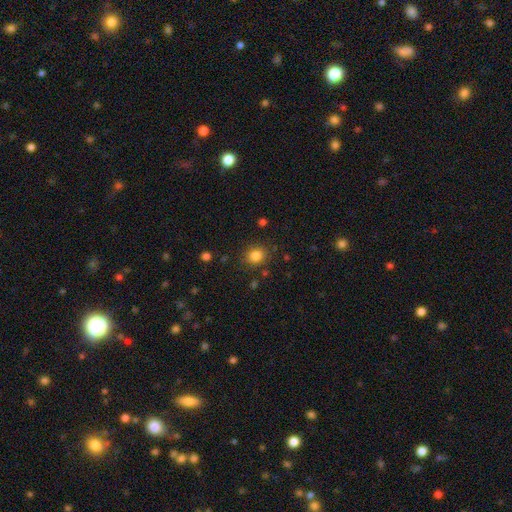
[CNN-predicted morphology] Smooth or featured?
  - smooth: 83% *
  - star or artifact: 12%
  - featured or disk: 5%
How rounded?
  - round: 71% *
  - in between: 29%
  - cigar-shaped: 1%
Merging?
  - none: 84% *
  - minor disturbance: 10%
  - major disturbance: 3%
  - merger: 2%